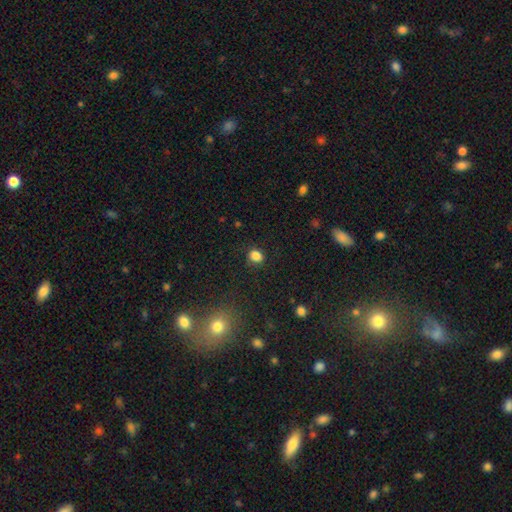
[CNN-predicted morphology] Smooth or featured: smooth — 84% (star or artifact — 12%)
How rounded: round — 56% (in between — 42%)
Merging: none — 84% (minor disturbance — 11%)